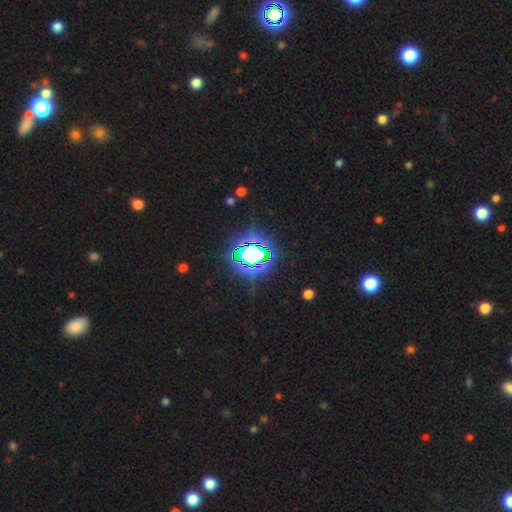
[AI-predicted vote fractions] Smooth or featured?
  - star or artifact: 84% *
  - smooth: 10%
  - featured or disk: 6%